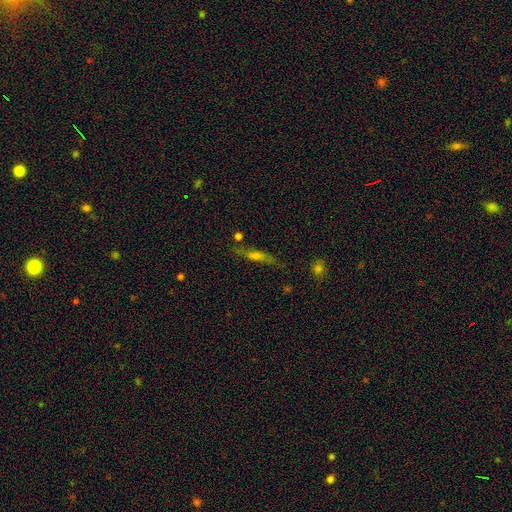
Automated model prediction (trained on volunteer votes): Smooth or featured: smooth — 42% (tied with featured or disk — 42%)
Merging: none — 72% (minor disturbance — 17%)